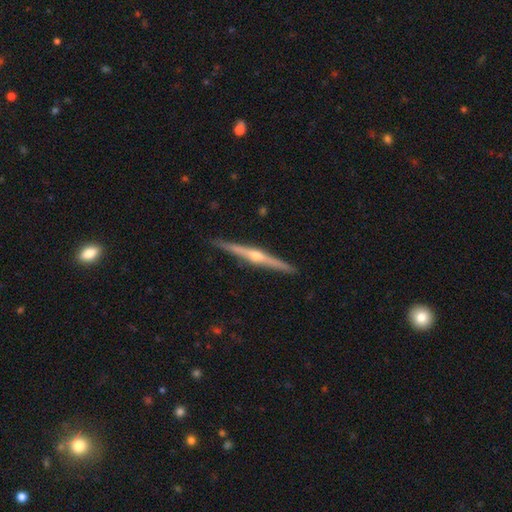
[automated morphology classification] This appears to be a featured or disk galaxy (85%) viewed edge-on (99%) with a rounded central bulge (91%). Merging: none (92%).